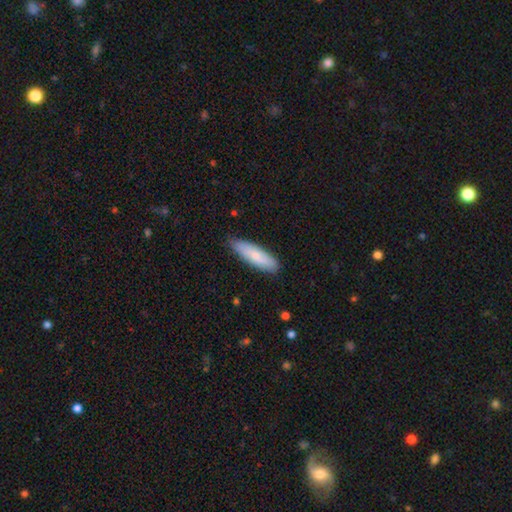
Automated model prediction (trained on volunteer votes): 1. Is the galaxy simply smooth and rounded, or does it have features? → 74% smooth, 20% featured or disk, 5% star or artifact.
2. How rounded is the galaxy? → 58% cigar-shaped, 41% in between, 2% round.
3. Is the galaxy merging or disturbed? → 83% none, 14% minor disturbance, 2% major disturbance, 1% merger.